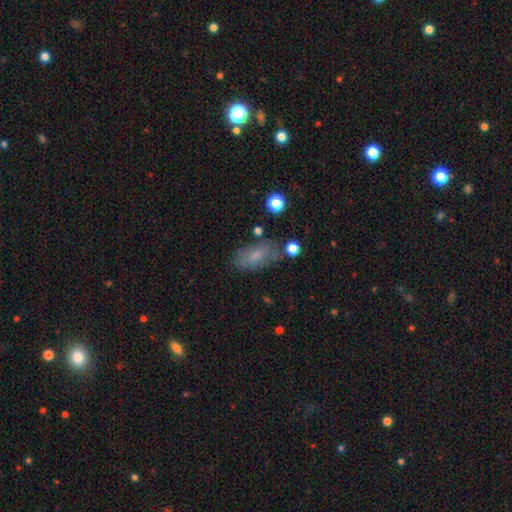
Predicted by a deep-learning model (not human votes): smooth-or-featured: smooth: 68% | featured or disk: 22% | star or artifact: 10%
  how-rounded: in between: 86% | cigar-shaped: 8% | round: 5%
  merging: none: 65% | minor disturbance: 22% | major disturbance: 8% | merger: 6%